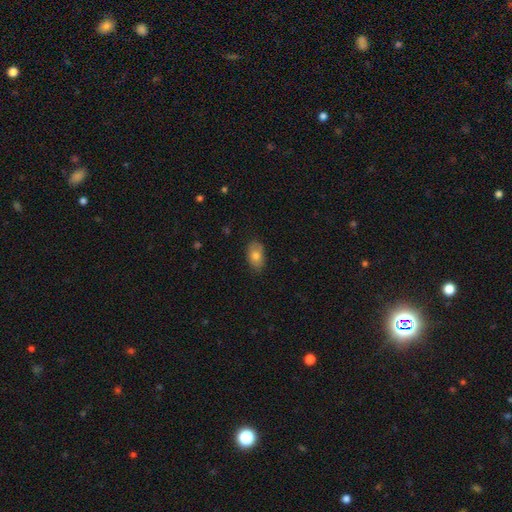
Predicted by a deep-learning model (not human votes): Smooth or featured?
  - smooth: 79% *
  - featured or disk: 13%
  - star or artifact: 8%
How rounded?
  - in between: 89% *
  - round: 9%
  - cigar-shaped: 2%
Merging?
  - none: 79% *
  - minor disturbance: 17%
  - major disturbance: 3%
  - merger: 1%